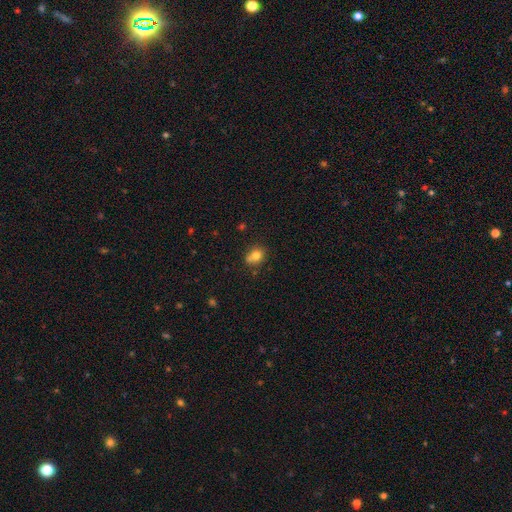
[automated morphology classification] Smooth or featured? Predicted: smooth (p=0.79). How rounded? Predicted: round (p=0.59). Merging? Predicted: none (p=0.55).